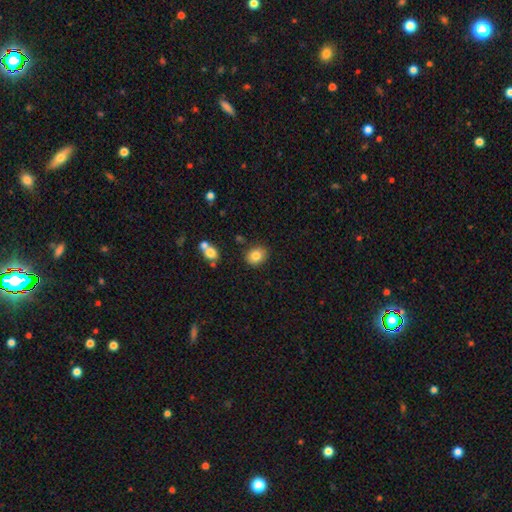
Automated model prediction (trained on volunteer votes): A smooth galaxy with no disk features (82%) that is round (58%). Merging: none (85%).